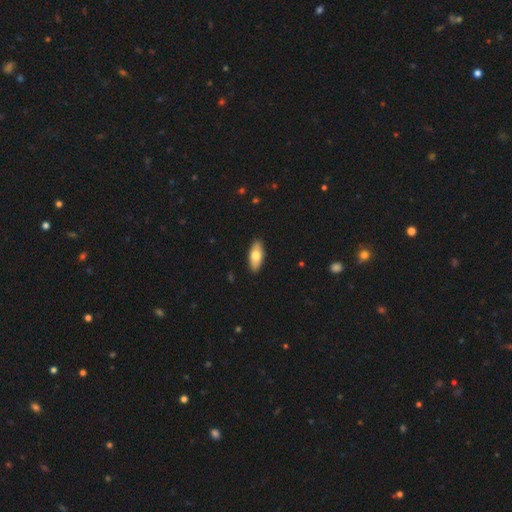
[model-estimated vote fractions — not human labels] Smooth or featured? Predicted: smooth (p=0.71). How rounded? Predicted: in between (p=0.80). Merging? Predicted: none (p=0.90).